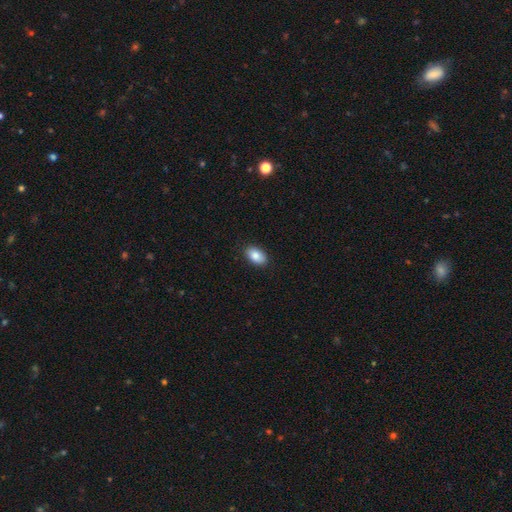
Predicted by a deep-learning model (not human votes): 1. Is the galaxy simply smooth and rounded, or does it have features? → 87% smooth, 7% star or artifact, 6% featured or disk.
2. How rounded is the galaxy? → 92% in between, 6% round, 1% cigar-shaped.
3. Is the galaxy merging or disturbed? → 89% none, 8% minor disturbance, 2% major disturbance, 1% merger.